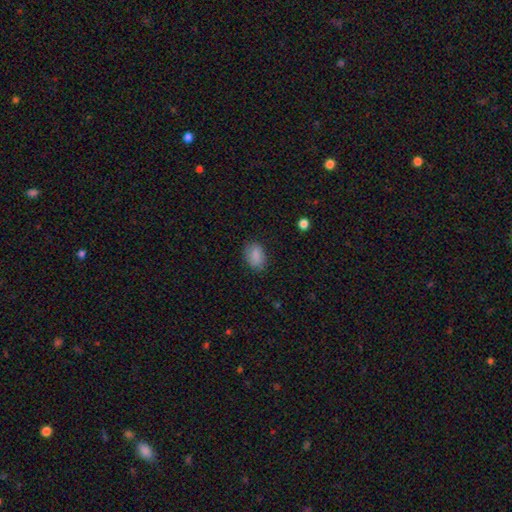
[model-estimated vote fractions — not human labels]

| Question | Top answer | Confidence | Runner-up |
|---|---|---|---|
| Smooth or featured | smooth | 86% | star or artifact (8%) |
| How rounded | in between | 80% | round (19%) |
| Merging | none | 79% | minor disturbance (16%) |